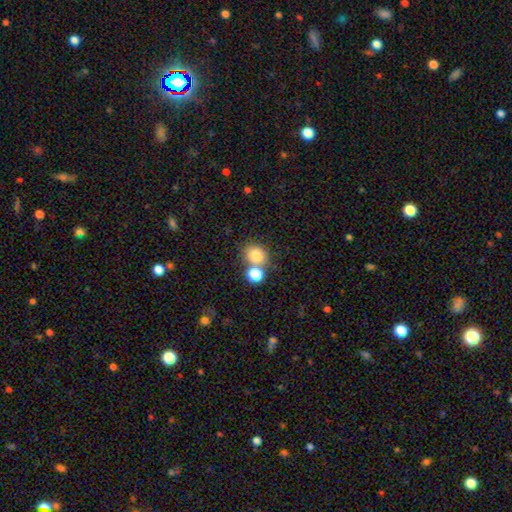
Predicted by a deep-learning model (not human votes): Q: Smooth or featured?
A: smooth (79%); runner-up: star or artifact (13%)
Q: How rounded?
A: round (75%); runner-up: in between (24%)
Q: Merging?
A: none (62%); runner-up: merger (26%)